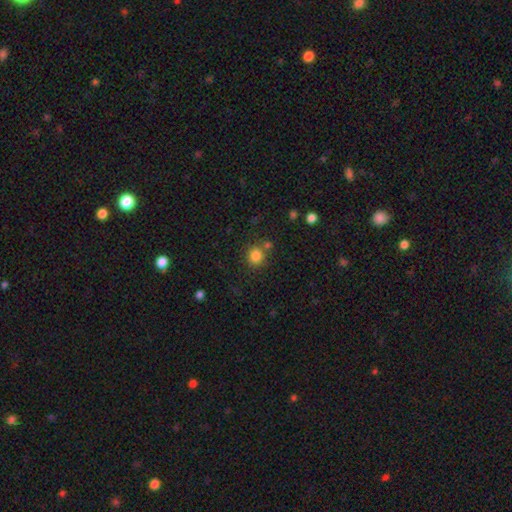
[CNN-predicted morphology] Smooth or featured? smooth (82%)
How rounded? round (88%)
Merging? none (75%)